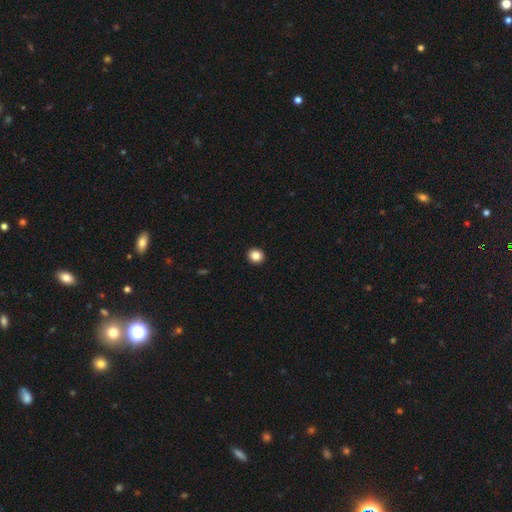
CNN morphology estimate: type=smooth (85%); roundness=round (86%); merging=none (94%).